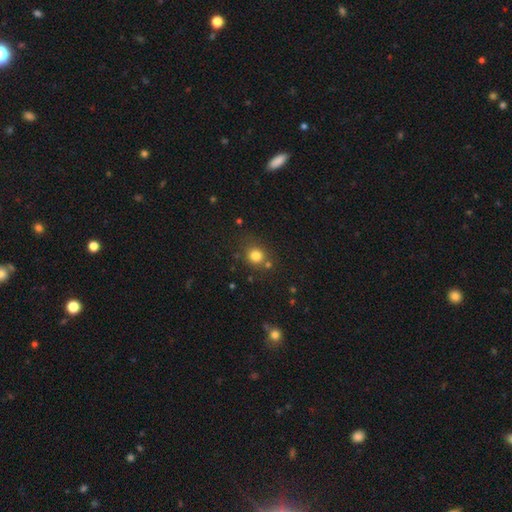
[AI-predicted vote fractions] A smooth galaxy with no disk features (80%) that is round (85%). Merging: none (75%).